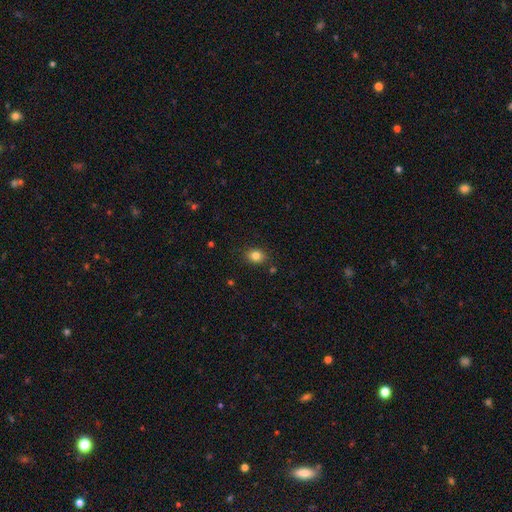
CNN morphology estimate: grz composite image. It shows a smooth galaxy with no disk features (83%) that is in between round and cigar-shaped (59%). Merging: none (85%).